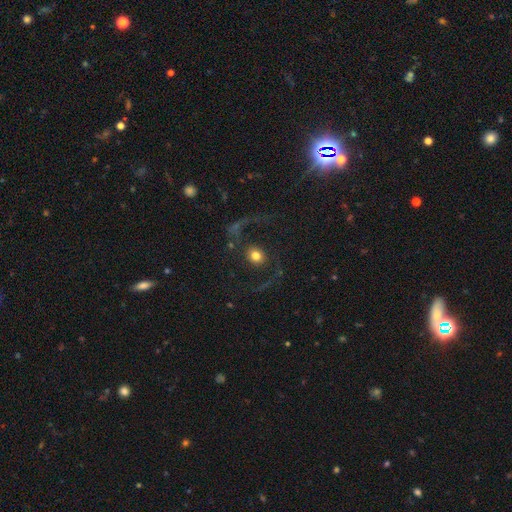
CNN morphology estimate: smooth-or-featured: featured or disk: 45% | smooth: 43% | star or artifact: 11%
  merging: none: 66% | major disturbance: 19% | minor disturbance: 11% | merger: 4%